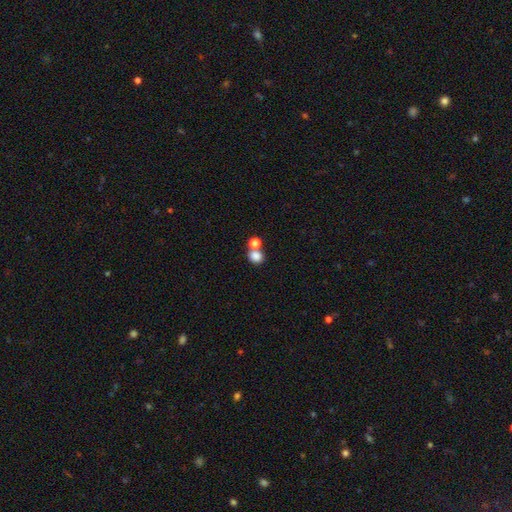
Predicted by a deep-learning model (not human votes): A smooth galaxy with no disk features (82%) that is round (69%).

Vote fractions:
- Smooth or featured? smooth: 82% / star or artifact: 11% / featured or disk: 7%
- How rounded? round: 69% / in between: 30% / cigar-shaped: 1%
- Merging? none: 46% / merger: 43% / minor disturbance: 8% / major disturbance: 4%